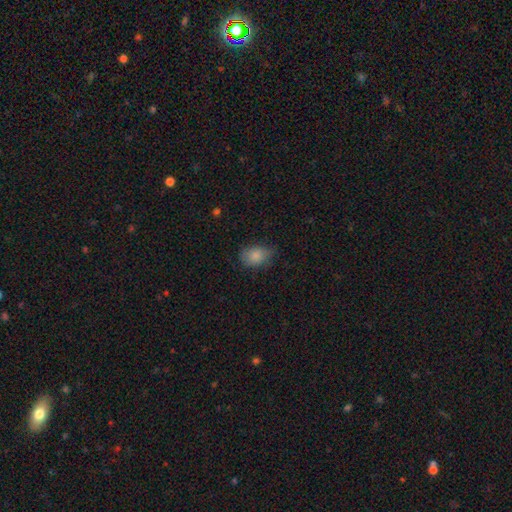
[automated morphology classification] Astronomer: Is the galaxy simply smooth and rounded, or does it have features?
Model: smooth — 84%.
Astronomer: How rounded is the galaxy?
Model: in between — 75%.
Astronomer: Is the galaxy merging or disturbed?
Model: none — 68%.